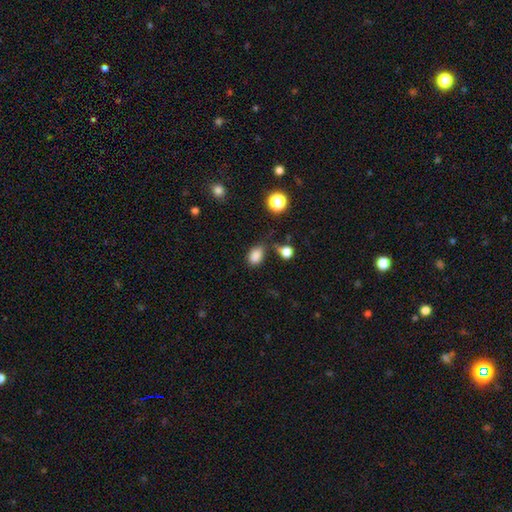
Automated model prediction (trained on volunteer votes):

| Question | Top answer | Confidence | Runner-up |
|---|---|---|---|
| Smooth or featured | smooth | 84% | star or artifact (12%) |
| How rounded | in between | 78% | round (21%) |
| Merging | none | 62% | minor disturbance (23%) |